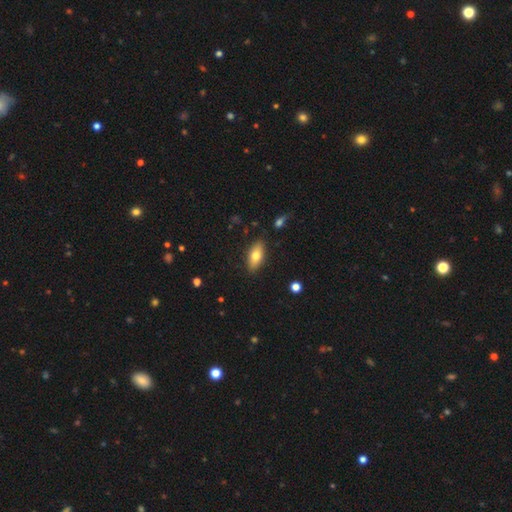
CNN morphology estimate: Smooth or featured?
  - smooth: 72% *
  - featured or disk: 21%
  - star or artifact: 7%
How rounded?
  - in between: 82% *
  - cigar-shaped: 14%
  - round: 3%
Merging?
  - none: 87% *
  - minor disturbance: 9%
  - major disturbance: 2%
  - merger: 2%